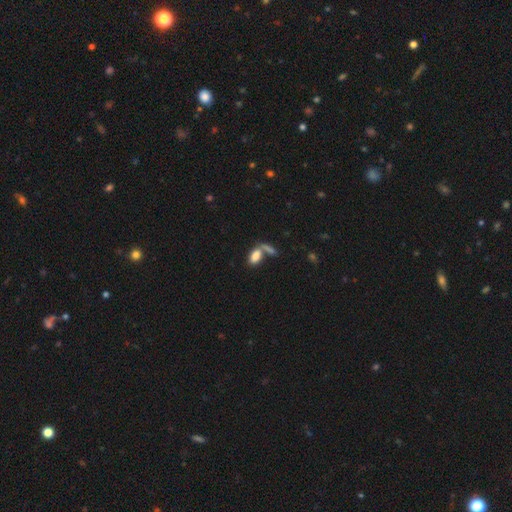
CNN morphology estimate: This is clearly a smooth galaxy (82%). How rounded: clearly in between (88%). Merging: marginally none (44%).